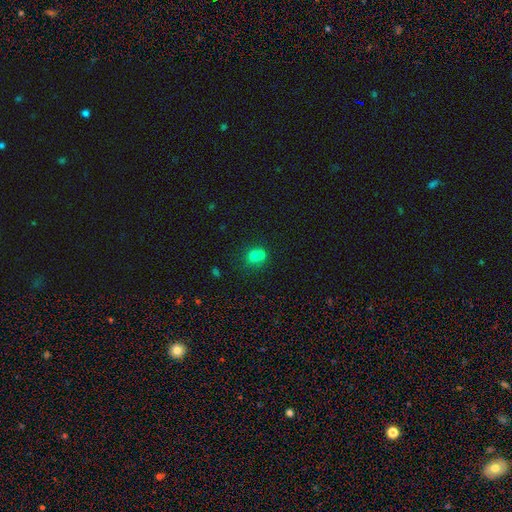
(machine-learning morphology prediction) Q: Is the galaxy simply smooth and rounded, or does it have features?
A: smooth — 70%.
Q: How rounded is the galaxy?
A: round — 73%.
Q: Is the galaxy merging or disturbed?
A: merger — 51%.